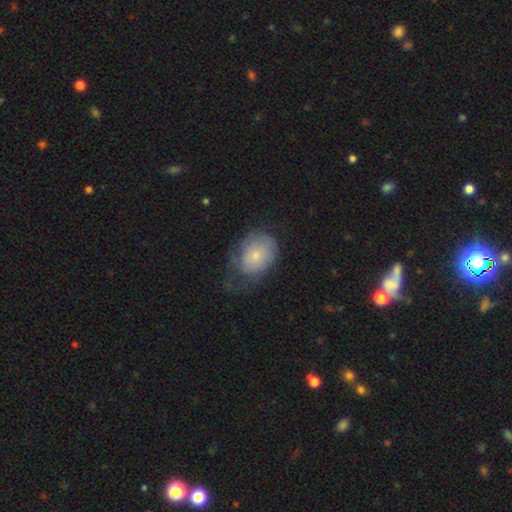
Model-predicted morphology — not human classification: This appears to be a smooth galaxy with no disk features (68%) that is in between round and cigar-shaped (58%). Merging: none (39%).